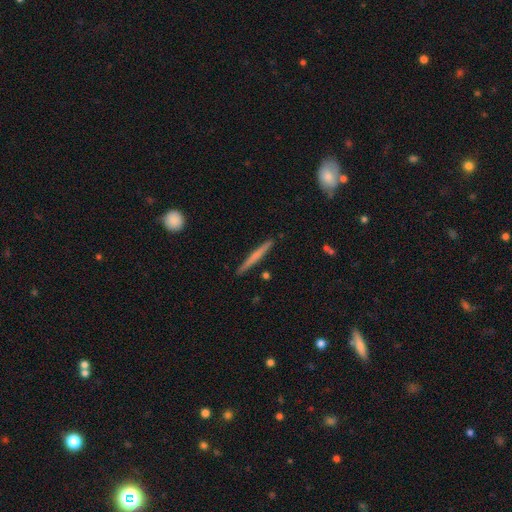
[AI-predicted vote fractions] Overall: smooth (53%; featured or disk 41%). How rounded: cigar-shaped (96%). Merging: none (91%).